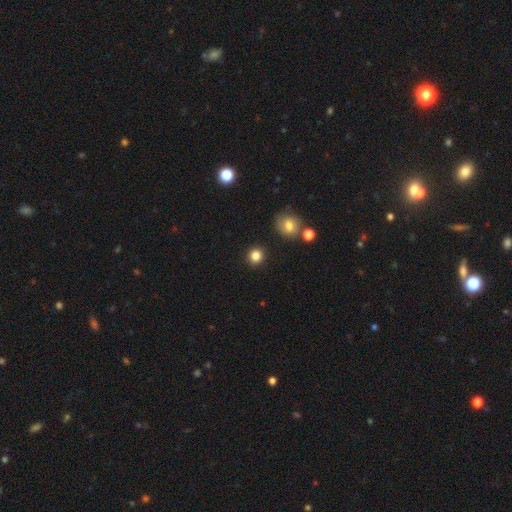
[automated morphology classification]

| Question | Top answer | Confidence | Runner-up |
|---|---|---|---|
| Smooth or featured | smooth | 83% | star or artifact (12%) |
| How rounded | round | 89% | in between (10%) |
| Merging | none | 90% | minor disturbance (6%) |